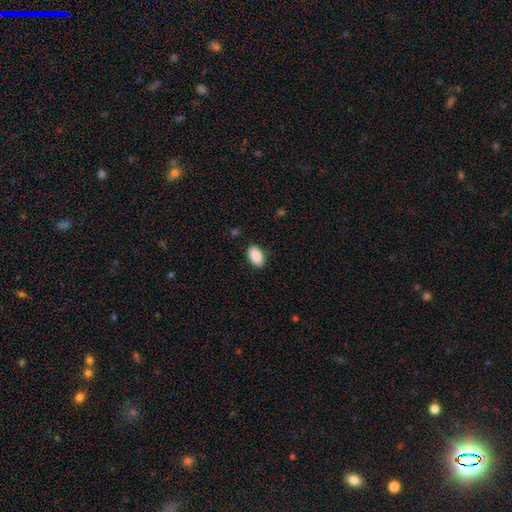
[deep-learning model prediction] Overall: smooth (90%). How rounded: in between (94%). Merging: none (87%).